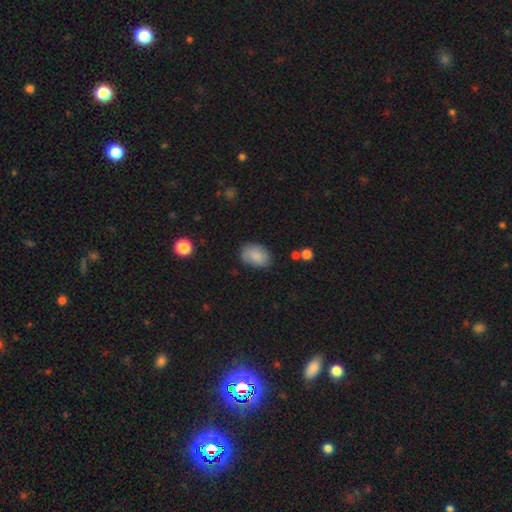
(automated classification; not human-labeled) Overall: smooth (83%). How rounded: in between (82%). Merging: none (73%).